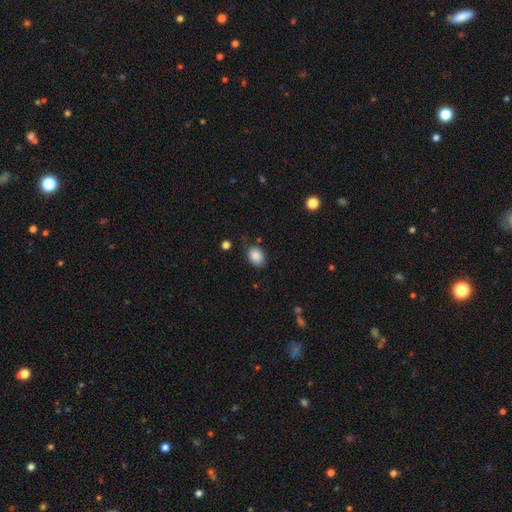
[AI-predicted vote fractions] Smooth or featured?
  - smooth: 88% *
  - star or artifact: 8%
  - featured or disk: 4%
How rounded?
  - in between: 67% *
  - round: 32%
  - cigar-shaped: 1%
Merging?
  - none: 80% *
  - minor disturbance: 14%
  - major disturbance: 4%
  - merger: 2%